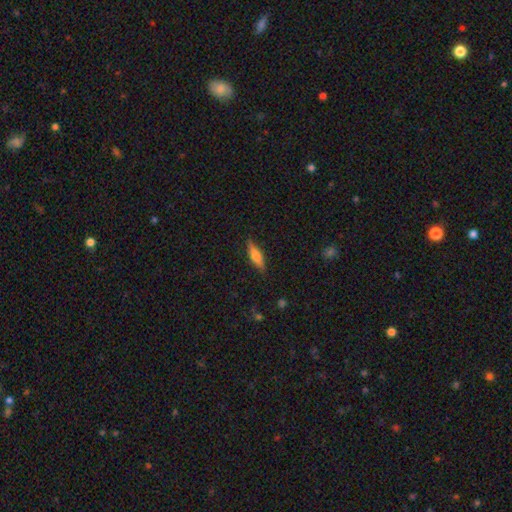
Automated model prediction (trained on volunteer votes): smooth-or-featured: smooth: 62% | featured or disk: 31% | star or artifact: 7%
  how-rounded: cigar-shaped: 57% | in between: 40% | round: 2%
  merging: none: 83% | minor disturbance: 13% | major disturbance: 3% | merger: 1%